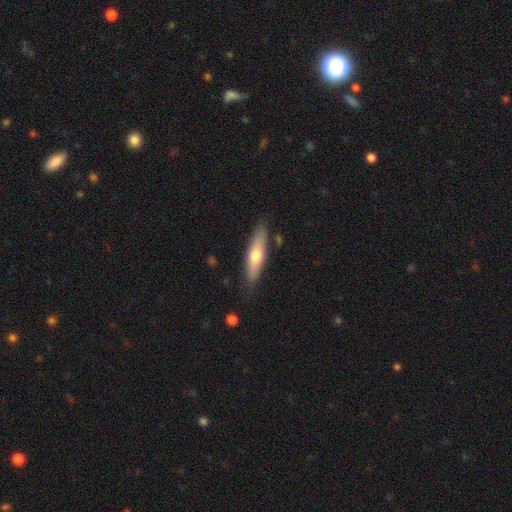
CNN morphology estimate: smooth-or-featured: smooth: 57% | featured or disk: 37% | star or artifact: 5%
  how-rounded: cigar-shaped: 66% | in between: 32% | round: 2%
  merging: none: 82% | minor disturbance: 13% | major disturbance: 3% | merger: 2%